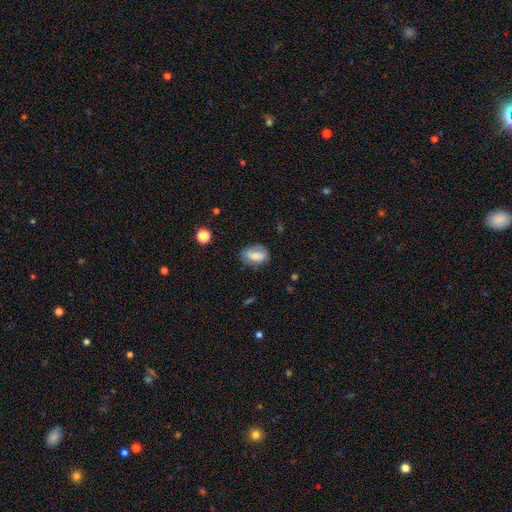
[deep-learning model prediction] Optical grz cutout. It shows a smooth galaxy with no disk features (68%) that is in between round and cigar-shaped (85%). Merging: none (72%).